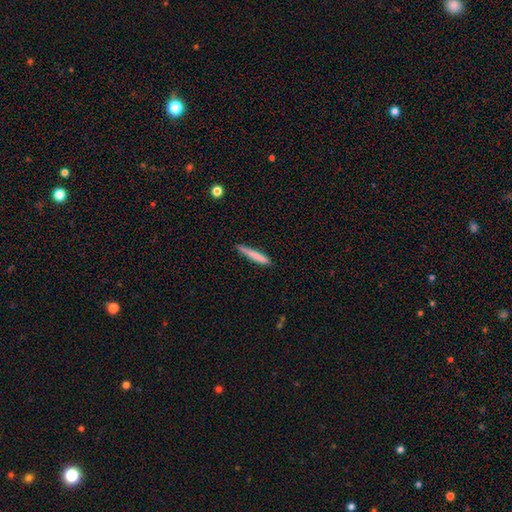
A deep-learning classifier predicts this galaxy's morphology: Q: Smooth or featured?
A: smooth (77%); runner-up: featured or disk (17%)
Q: How rounded?
A: cigar-shaped (94%); runner-up: in between (5%)
Q: Merging?
A: none (78%); runner-up: minor disturbance (17%)